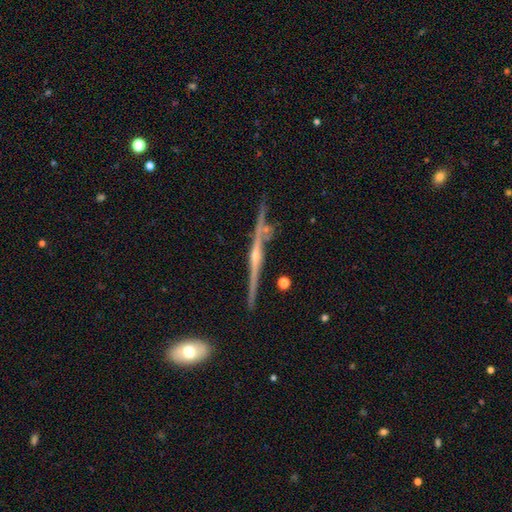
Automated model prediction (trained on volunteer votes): This is clearly a featured or disk galaxy (82%). It is clearly viewed edge-on (95%). Edge-on bulge: likely rounded (69%). Merging: likely none (73%).